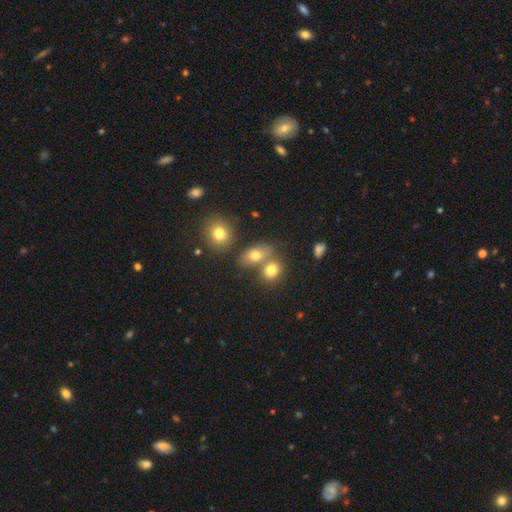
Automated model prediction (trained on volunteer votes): Q: Smooth or featured?
A: smooth (70%); runner-up: featured or disk (15%)
Q: How rounded?
A: in between (60%); runner-up: round (37%)
Q: Merging?
A: none (47%); runner-up: merger (38%)